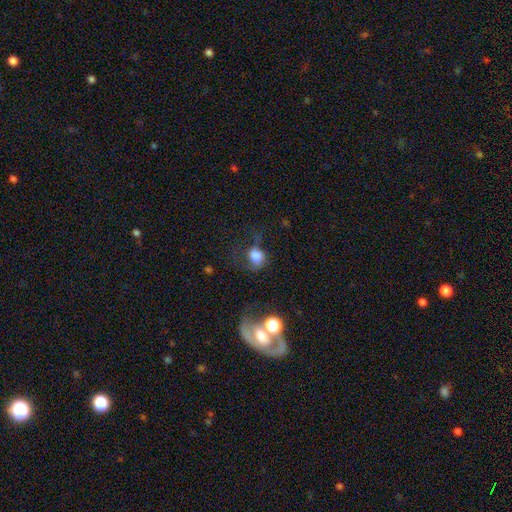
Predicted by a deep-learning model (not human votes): Morphology: type=smooth (73%); roundness=round (64%); merging=major disturbance (37%).